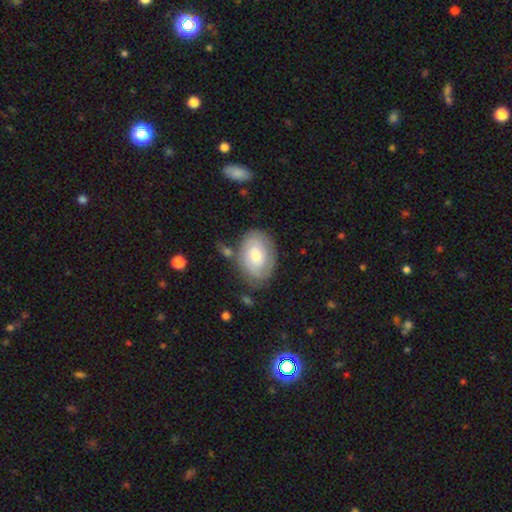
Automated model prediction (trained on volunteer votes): featured or disk 64%, smooth 30%, star or artifact 6%. Down the decision tree: edge-on disk — no (95%); bar — no (75%); spiral arms — yes (78%); bulge size — moderate (55%); merging — none (71%).